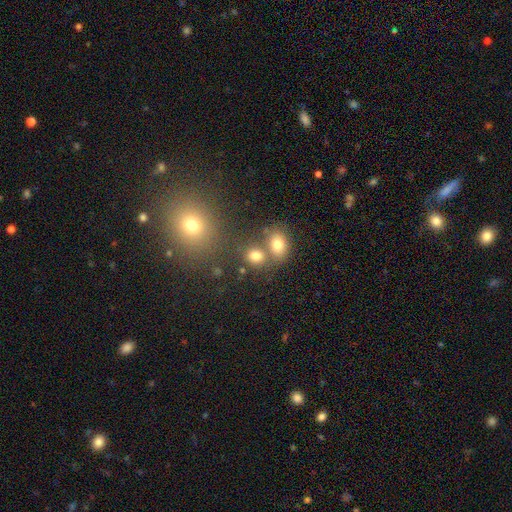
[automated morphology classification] smooth_or_featured: smooth (p=0.76) [alt: star or artifact p=0.15]
how_rounded: round (p=0.54) [alt: in between p=0.45]
merging: none (p=0.55) [alt: merger p=0.31]